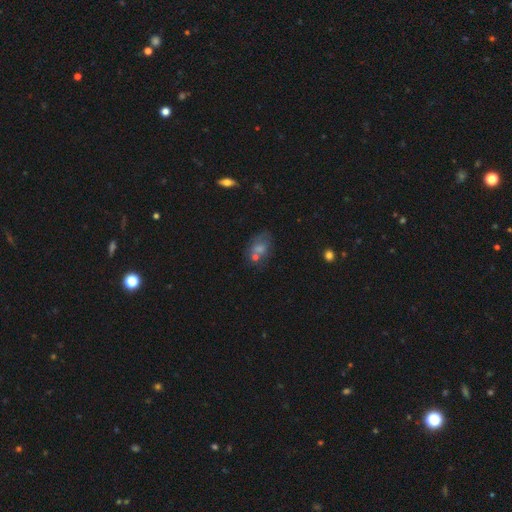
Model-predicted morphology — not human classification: This is possibly a smooth galaxy (49%). Merging: possibly none (51%).